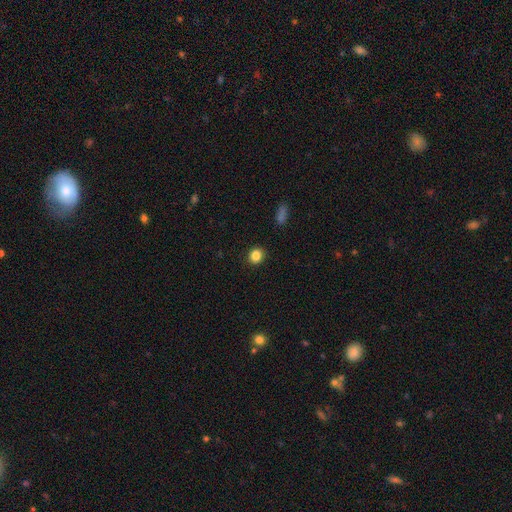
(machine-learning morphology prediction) The model was most divided on "how rounded": round: 83%, in between: 16%, cigar-shaped: 1%. More confident: merging — none (91%); smooth or featured — smooth (85%).